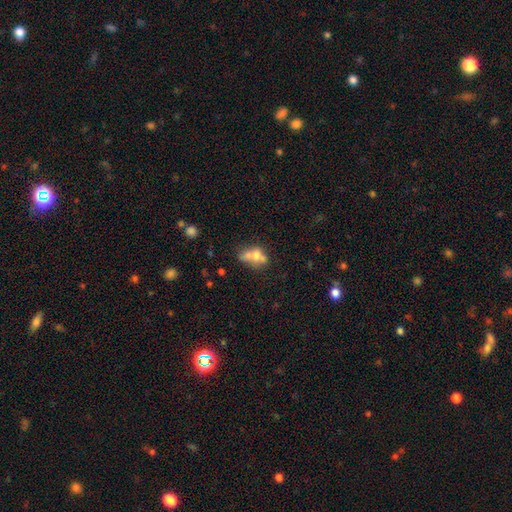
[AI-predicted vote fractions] Overall: smooth (57%; featured or disk 30%). How rounded: in between (54%; round 44%). Merging: merger (58%; none 26%).